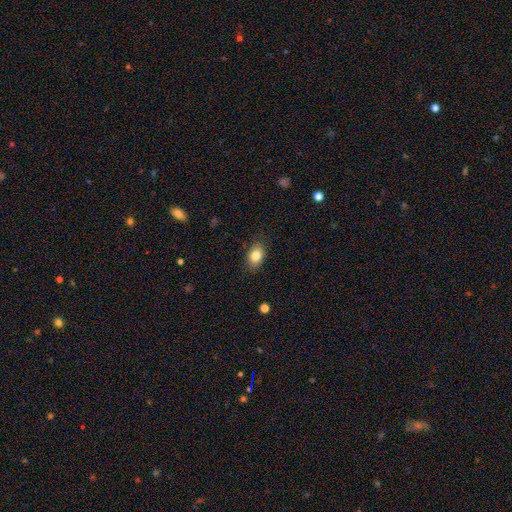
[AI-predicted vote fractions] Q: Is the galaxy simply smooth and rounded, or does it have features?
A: smooth — 82%.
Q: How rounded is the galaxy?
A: in between — 77%.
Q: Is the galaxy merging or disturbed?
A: none — 82%.